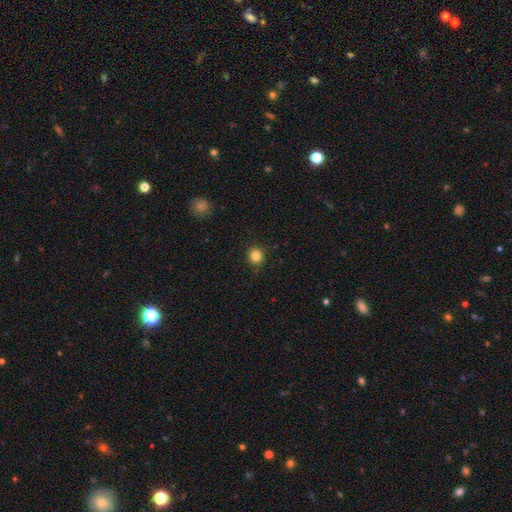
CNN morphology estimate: Overall: smooth (84%). How rounded: round (82%). Merging: none (89%).